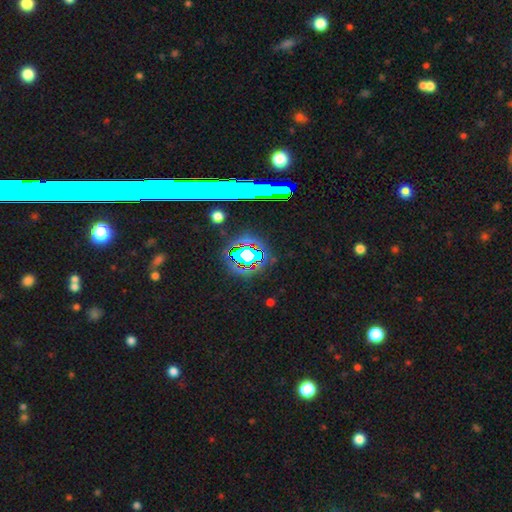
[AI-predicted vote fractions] Smooth or featured? Predicted: star or artifact (p=0.73).